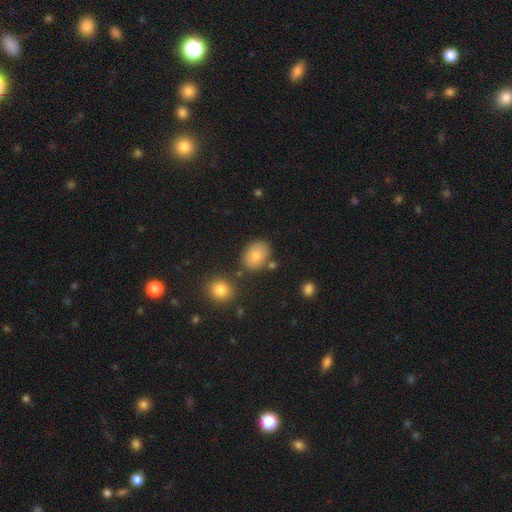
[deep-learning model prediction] Overall: smooth (81%). How rounded: in between (74%). Merging: none (75%).